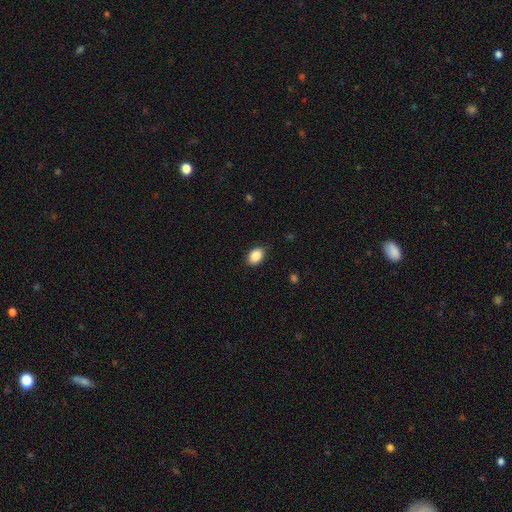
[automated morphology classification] smooth_or_featured: smooth (p=0.88) [alt: star or artifact p=0.08]
how_rounded: in between (p=0.81) [alt: round p=0.18]
merging: none (p=0.85) [alt: minor disturbance p=0.12]